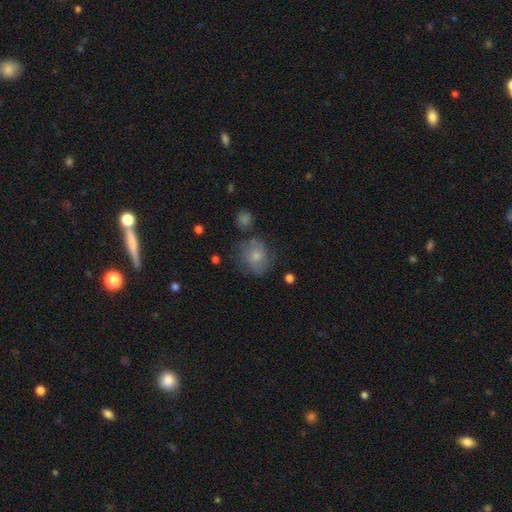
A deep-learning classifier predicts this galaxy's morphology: Smooth or featured? smooth (66%)
How rounded? round (76%)
Merging? none (63%)